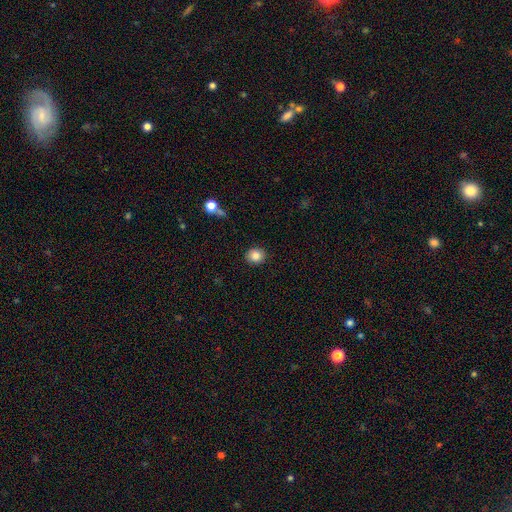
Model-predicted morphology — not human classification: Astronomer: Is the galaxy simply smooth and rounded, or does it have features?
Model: smooth — 84%.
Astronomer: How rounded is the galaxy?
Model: round — 80%.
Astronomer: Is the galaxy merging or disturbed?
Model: none — 90%.